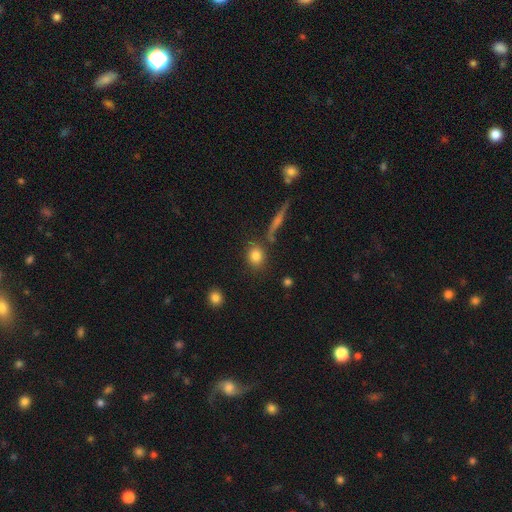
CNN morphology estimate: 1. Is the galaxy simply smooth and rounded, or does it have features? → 82% smooth, 10% star or artifact, 8% featured or disk.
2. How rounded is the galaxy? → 63% round, 34% in between, 3% cigar-shaped.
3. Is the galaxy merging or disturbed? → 77% none, 11% minor disturbance, 8% merger, 4% major disturbance.